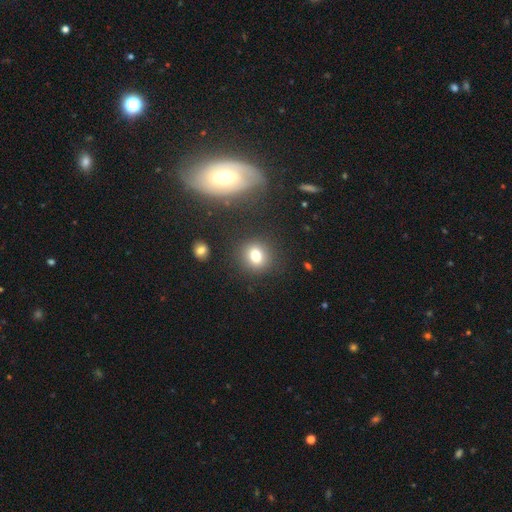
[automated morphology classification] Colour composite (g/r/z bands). It shows a smooth galaxy with no disk features (76%) that is round (77%). Merging: none (86%).